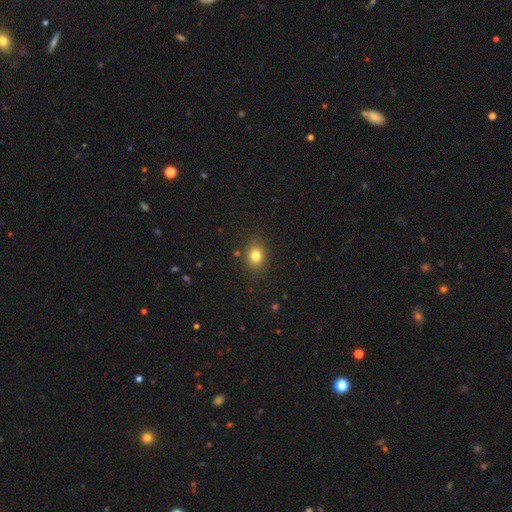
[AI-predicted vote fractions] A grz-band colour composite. It shows a smooth galaxy with no disk features (80%) that is round (54%). Merging: none (85%).